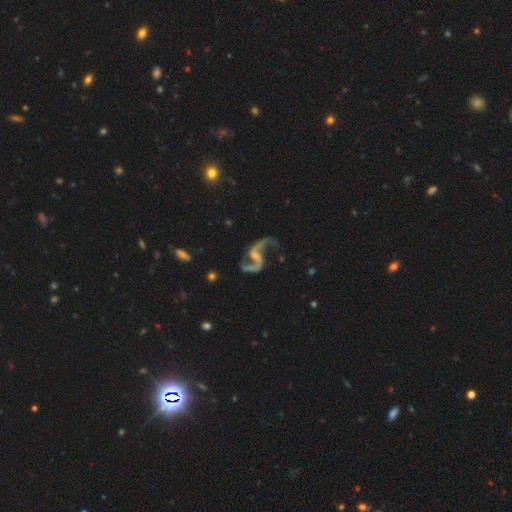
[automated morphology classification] smooth-or-featured: featured or disk: 90% | star or artifact: 6% | smooth: 4%
  disk-edge-on: no: 97% | yes: 3%
    bar: weak: 45% | no: 34% | strong: 22%
    has-spiral-arms: yes: 96% | no: 4%
      spiral-winding: loose: 83% | medium: 14% | tight: 3%
      spiral-arm-count: 2: 92% | 1: 3% | can't tell: 1% | 3: 1% | 4: 1% | more than 4: 1%
    bulge-size: small: 40% | none: 39% | moderate: 17% | large: 3% | dominant: 1%
  merging: none: 62% | minor disturbance: 17% | major disturbance: 16% | merger: 5%